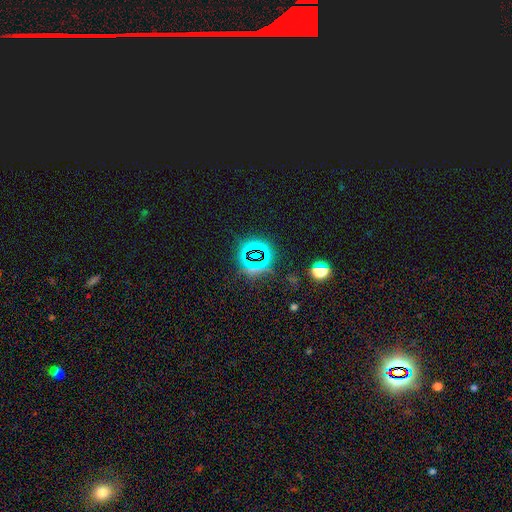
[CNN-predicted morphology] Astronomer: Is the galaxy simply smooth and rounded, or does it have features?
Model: star or artifact — 75%.